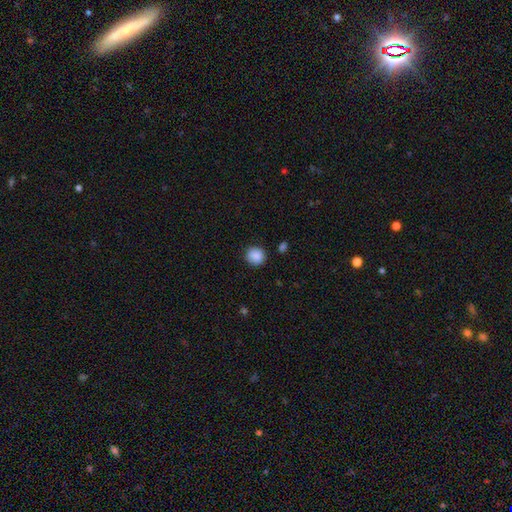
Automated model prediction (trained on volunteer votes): smooth-or-featured: smooth: 88% | star or artifact: 8% | featured or disk: 4%
  how-rounded: round: 90% | in between: 9% | cigar-shaped: 1%
  merging: none: 88% | minor disturbance: 8% | major disturbance: 2% | merger: 2%